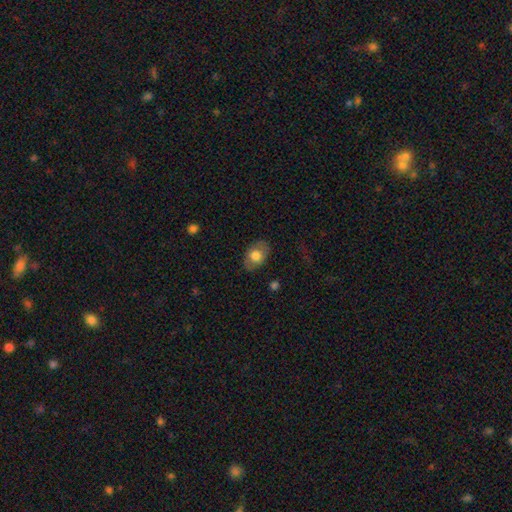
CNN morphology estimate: smooth_or_featured: smooth (p=0.71) [alt: featured or disk p=0.22]
how_rounded: in between (p=0.80) [alt: round p=0.19]
merging: none (p=0.81) [alt: minor disturbance p=0.14]